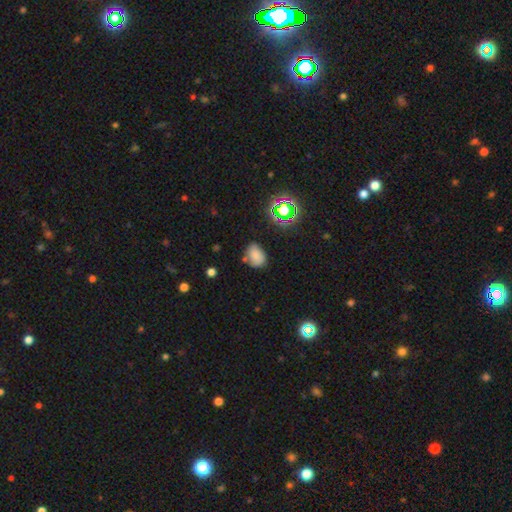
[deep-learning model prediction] This is likely a smooth galaxy (74%). How rounded: likely in between (74%). Merging: likely none (62%).